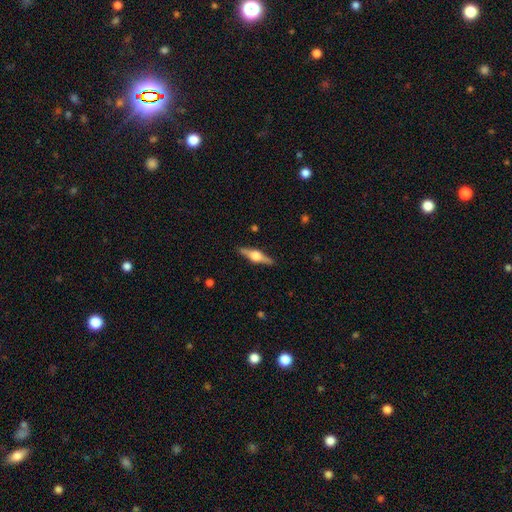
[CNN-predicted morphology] type=featured or disk (76%); edge-on=yes (98%); edge-on bulge=rounded (92%); merging=none (90%).